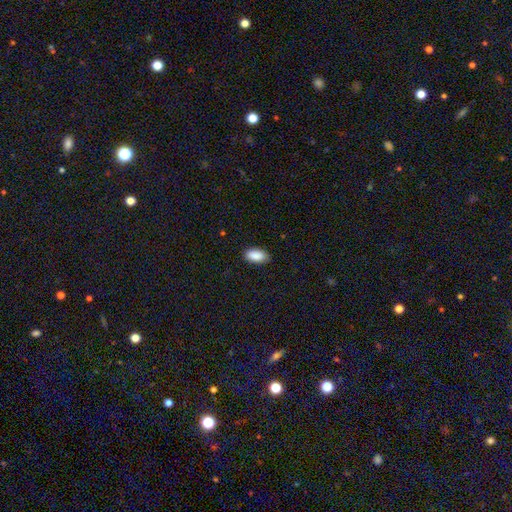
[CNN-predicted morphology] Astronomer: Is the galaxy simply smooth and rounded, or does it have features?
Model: smooth — 90%.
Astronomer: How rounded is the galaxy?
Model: in between — 93%.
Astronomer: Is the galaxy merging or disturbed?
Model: none — 85%.